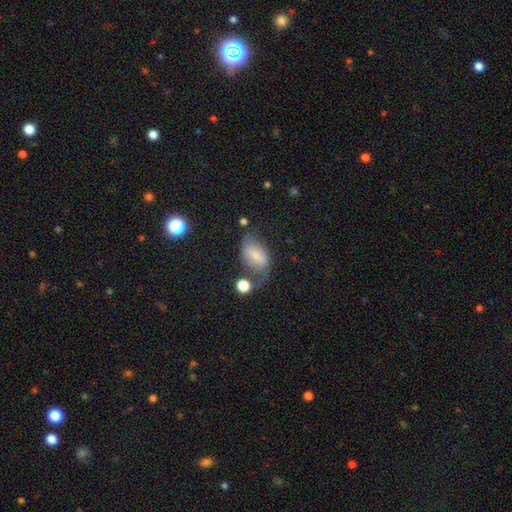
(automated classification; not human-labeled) Smooth or featured?
  - smooth: 56% *
  - featured or disk: 34%
  - star or artifact: 10%
How rounded?
  - in between: 87% *
  - round: 11%
  - cigar-shaped: 2%
Merging?
  - none: 39% *
  - minor disturbance: 28%
  - major disturbance: 23%
  - merger: 10%